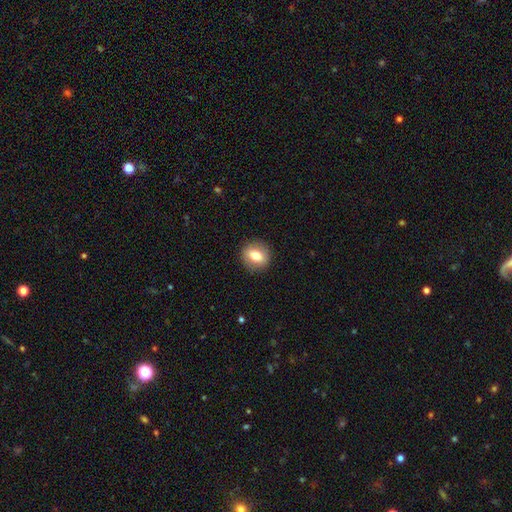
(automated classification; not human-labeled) smooth-or-featured: smooth: 73% | featured or disk: 19% | star or artifact: 8%
  how-rounded: round: 70% | in between: 28% | cigar-shaped: 1%
  merging: none: 89% | minor disturbance: 7% | major disturbance: 2% | merger: 1%